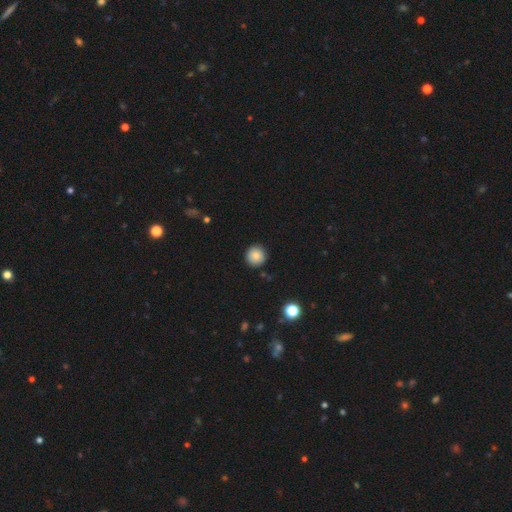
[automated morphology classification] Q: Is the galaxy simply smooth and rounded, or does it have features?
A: smooth — 83%.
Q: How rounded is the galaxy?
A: round — 95%.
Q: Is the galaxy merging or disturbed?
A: none — 91%.